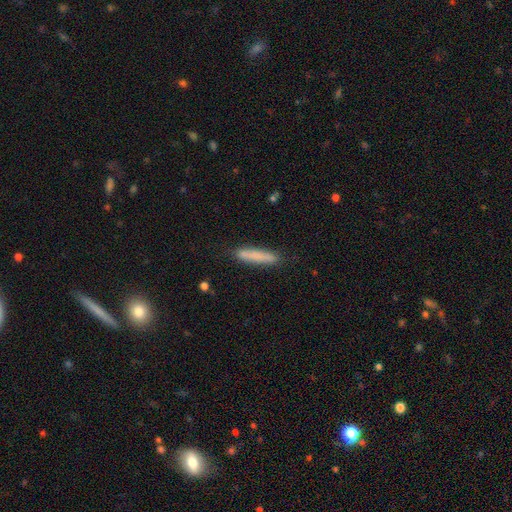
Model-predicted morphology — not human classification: The model was most divided on "smooth or featured": smooth: 79%, featured or disk: 14%, star or artifact: 7%. More confident: how rounded — cigar-shaped (92%); merging — none (85%).